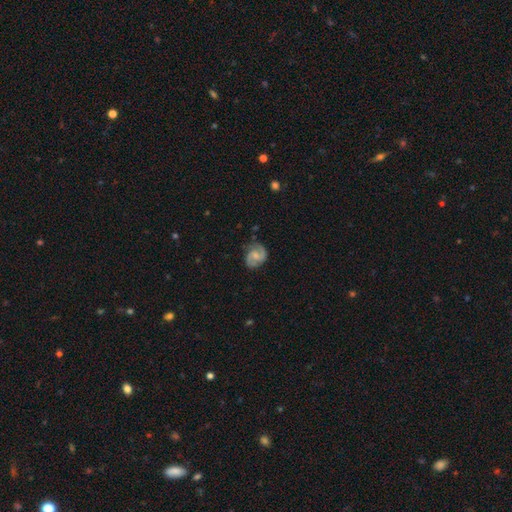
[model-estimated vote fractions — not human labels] Overall: featured or disk (78%). Edge-on disk: no (98%). Bar: no (49%; weak 44%). Spiral arms: yes (96%). Spiral arm count: 2 (88%). Spiral winding: medium (52%; tight 32%). Bulge size: small (41%; moderate 38%). Merging: none (74%).